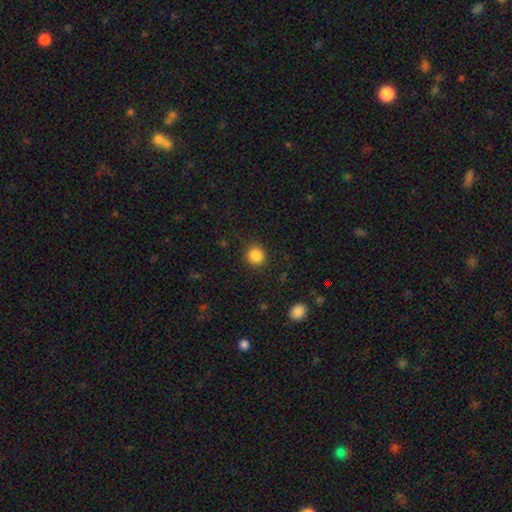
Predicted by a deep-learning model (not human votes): smooth_or_featured: smooth (p=0.86) [alt: star or artifact p=0.11]
how_rounded: round (p=0.87) [alt: in between p=0.12]
merging: none (p=0.87) [alt: minor disturbance p=0.09]